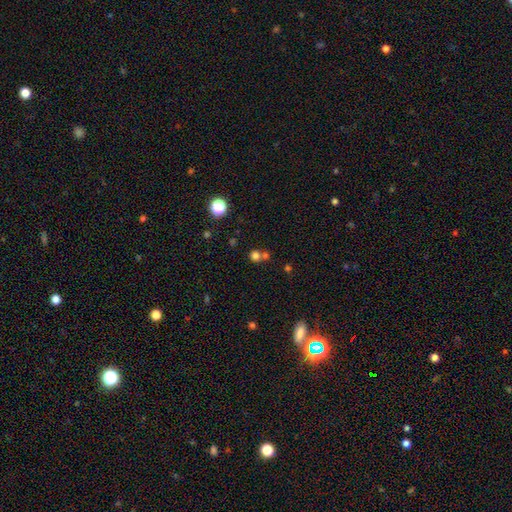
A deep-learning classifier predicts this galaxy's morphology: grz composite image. It shows a smooth galaxy with no disk features (71%) that is round (87%). Merging: none (52%).